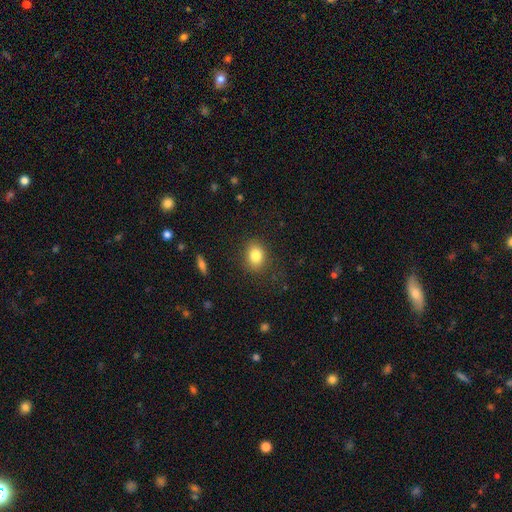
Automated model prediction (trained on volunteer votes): smooth 83%, star or artifact 10%, featured or disk 8%. Down the decision tree: how rounded — in between (54%); merging — none (85%).